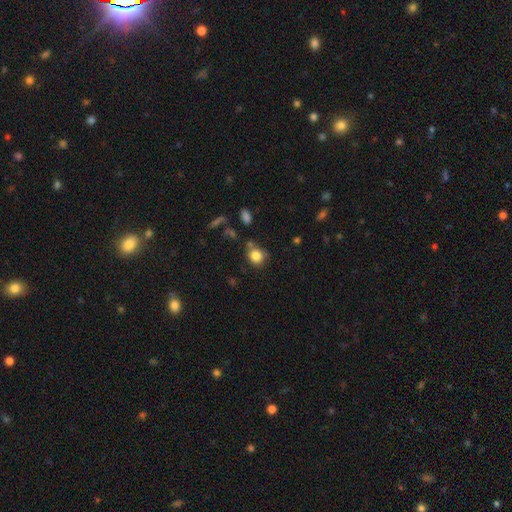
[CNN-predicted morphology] smooth-or-featured: smooth: 82% | star or artifact: 11% | featured or disk: 7%
  how-rounded: round: 78% | in between: 21% | cigar-shaped: 1%
  merging: none: 66% | minor disturbance: 19% | merger: 9% | major disturbance: 5%